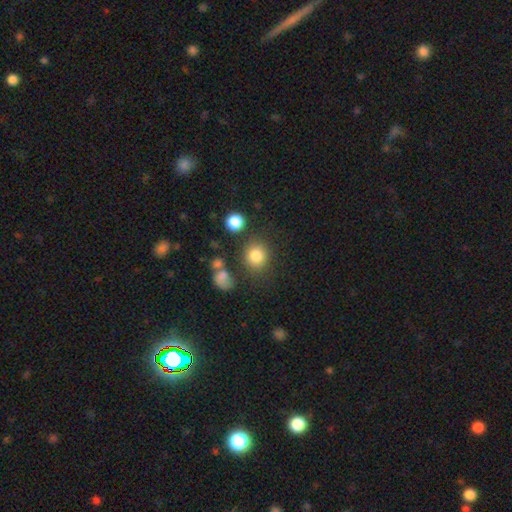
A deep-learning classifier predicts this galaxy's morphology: Smooth or featured?
  - smooth: 82% *
  - star or artifact: 11%
  - featured or disk: 6%
How rounded?
  - round: 82% *
  - in between: 17%
  - cigar-shaped: 1%
Merging?
  - none: 76% *
  - minor disturbance: 11%
  - merger: 7%
  - major disturbance: 5%